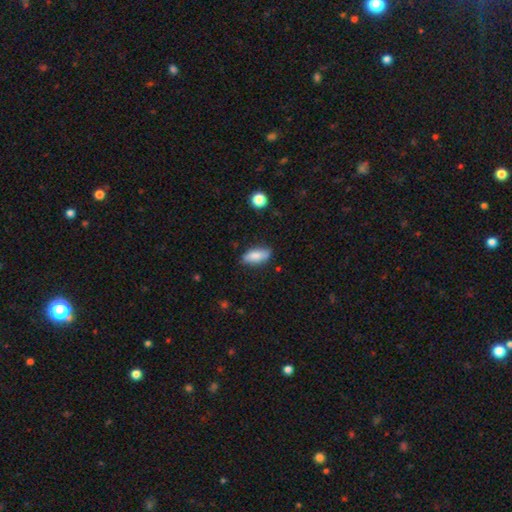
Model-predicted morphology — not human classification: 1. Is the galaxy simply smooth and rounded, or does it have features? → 79% smooth, 14% featured or disk, 7% star or artifact.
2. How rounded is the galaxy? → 81% in between, 16% cigar-shaped, 3% round.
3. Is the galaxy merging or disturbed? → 79% none, 16% minor disturbance, 3% major disturbance, 2% merger.